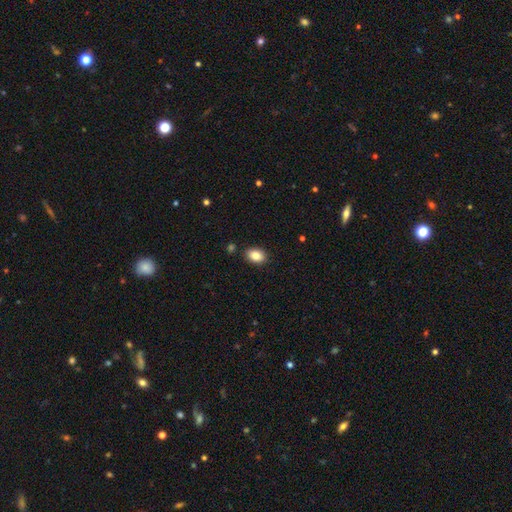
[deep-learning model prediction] Q: Smooth or featured?
A: smooth (86%); runner-up: star or artifact (8%)
Q: How rounded?
A: in between (83%); runner-up: round (16%)
Q: Merging?
A: none (87%); runner-up: minor disturbance (9%)